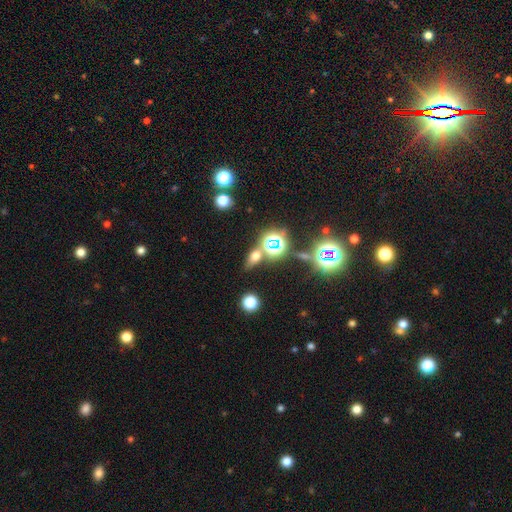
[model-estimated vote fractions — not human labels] This appears to be a smooth galaxy with no disk features (48%). Merging: none (70%).